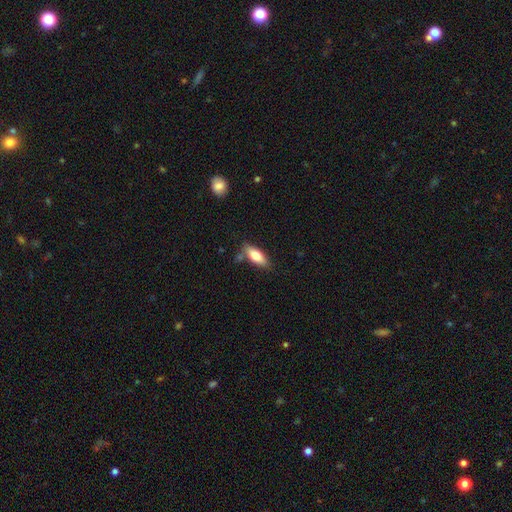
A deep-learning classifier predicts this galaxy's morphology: type=smooth (76%); roundness=in between (73%); merging=none (75%).